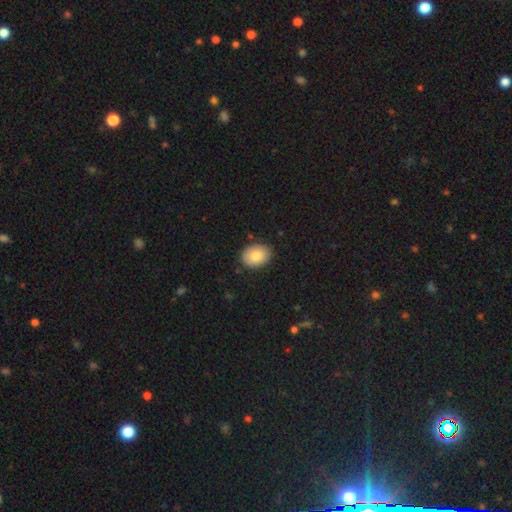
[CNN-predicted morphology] Smooth or featured? Predicted: smooth (p=0.83). How rounded? Predicted: in between (p=0.69). Merging? Predicted: none (p=0.87).